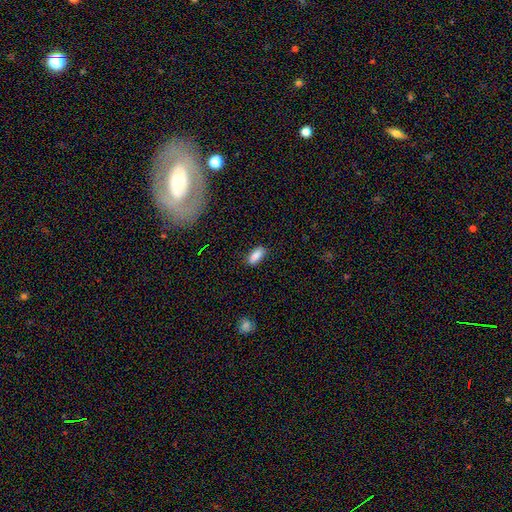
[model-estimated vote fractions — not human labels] Q: Smooth or featured?
A: smooth (87%); runner-up: star or artifact (8%)
Q: How rounded?
A: in between (84%); runner-up: cigar-shaped (13%)
Q: Merging?
A: none (85%); runner-up: minor disturbance (11%)